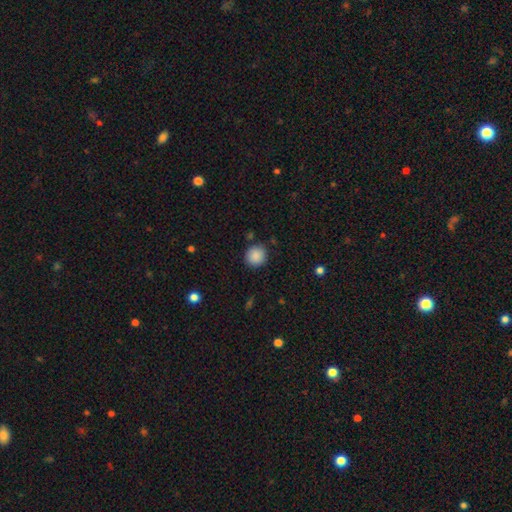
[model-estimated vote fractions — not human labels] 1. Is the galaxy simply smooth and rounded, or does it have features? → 88% smooth, 8% star or artifact, 3% featured or disk.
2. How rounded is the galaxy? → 89% round, 10% in between, 1% cigar-shaped.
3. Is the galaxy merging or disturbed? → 87% none, 9% minor disturbance, 3% major disturbance, 2% merger.